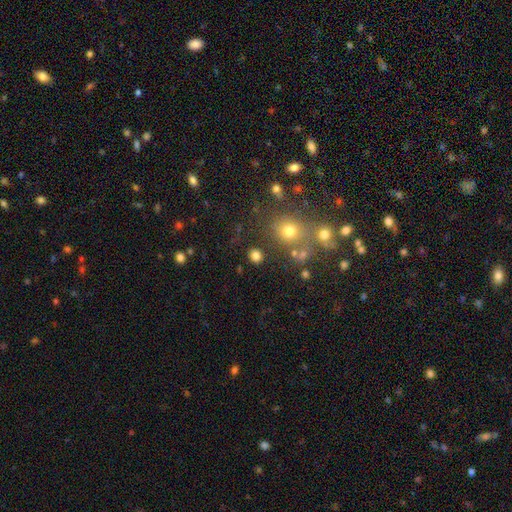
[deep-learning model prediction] Smooth or featured? smooth (79%)
How rounded? round (78%)
Merging? none (83%)